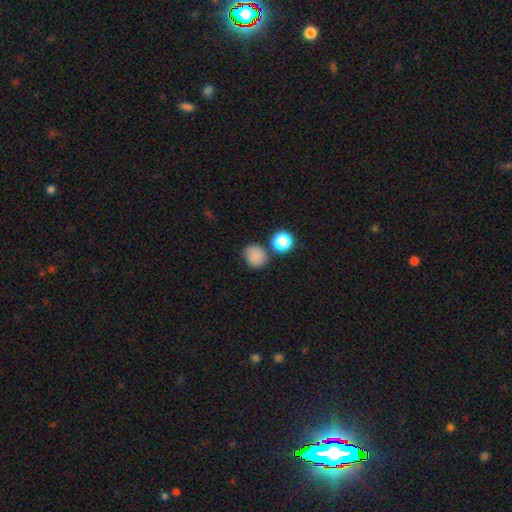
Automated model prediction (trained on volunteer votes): A smooth galaxy with no disk features (82%) that is round (75%). Merging: none (70%).